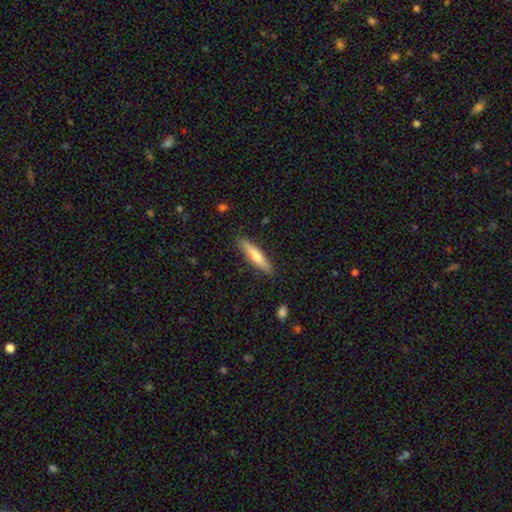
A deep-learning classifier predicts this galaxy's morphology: Smooth or featured: smooth — 64% (featured or disk — 30%)
How rounded: cigar-shaped — 87% (in between — 11%)
Merging: none — 88% (minor disturbance — 9%)